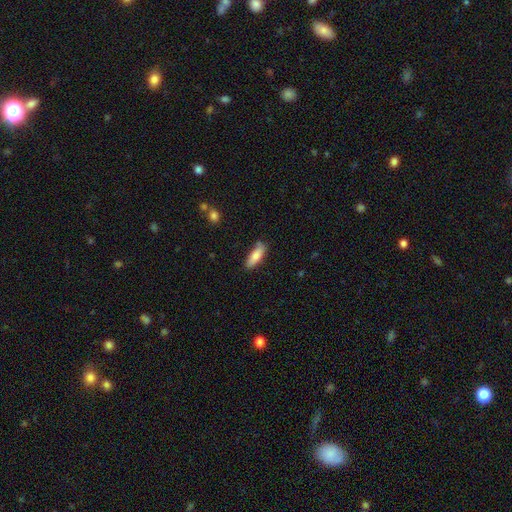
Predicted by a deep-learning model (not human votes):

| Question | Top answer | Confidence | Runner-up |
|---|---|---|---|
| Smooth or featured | smooth | 80% | featured or disk (14%) |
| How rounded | in between | 57% | cigar-shaped (41%) |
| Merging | none | 74% | minor disturbance (20%) |